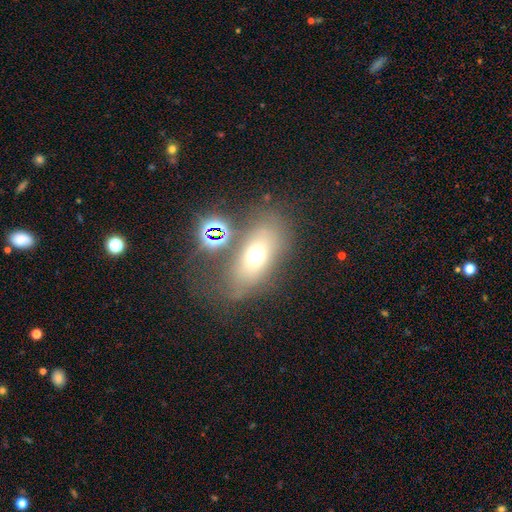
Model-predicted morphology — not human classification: Overall: smooth (59%; featured or disk 22%). How rounded: in between (79%). Merging: none (60%).